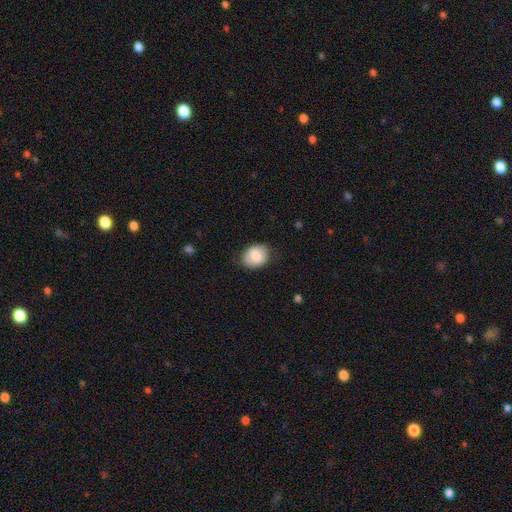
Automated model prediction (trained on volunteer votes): smooth_or_featured: smooth (p=0.80) [alt: featured or disk p=0.13]
how_rounded: in between (p=0.61) [alt: round p=0.38]
merging: none (p=0.79) [alt: minor disturbance p=0.17]